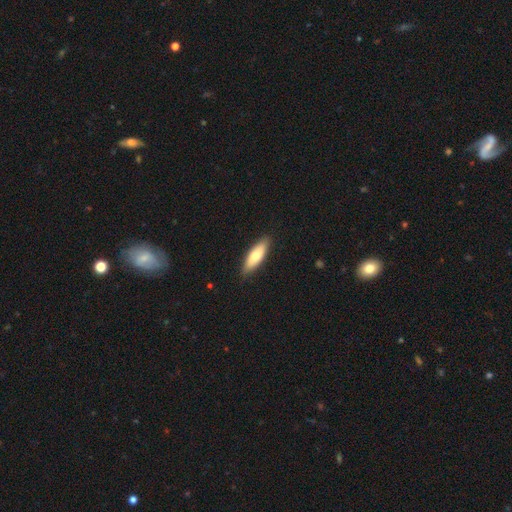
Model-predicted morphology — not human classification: Smooth or featured: smooth — 70% (featured or disk — 25%)
How rounded: in between — 60% (cigar-shaped — 37%)
Merging: none — 87% (minor disturbance — 10%)